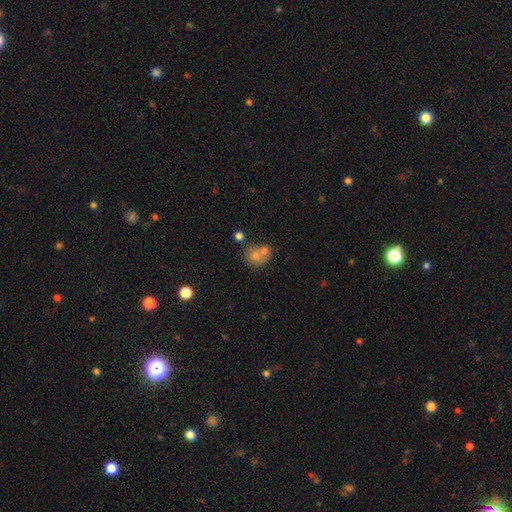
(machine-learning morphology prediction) A smooth galaxy with no disk features (66%) that is round (76%).

Vote fractions:
- Smooth or featured? smooth: 66% / featured or disk: 19% / star or artifact: 16%
- How rounded? round: 76% / in between: 23% / cigar-shaped: 1%
- Merging? merger: 44% / none: 43% / minor disturbance: 9% / major disturbance: 5%